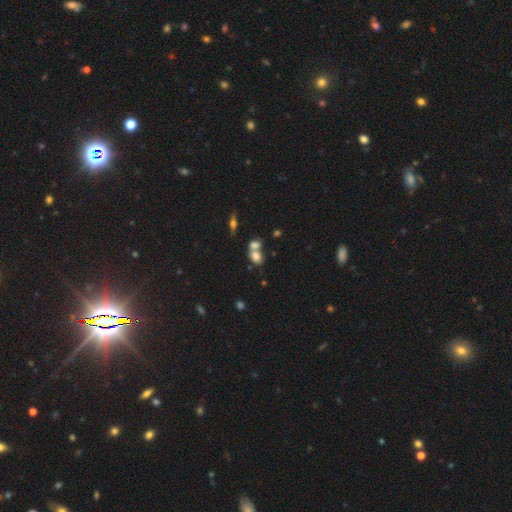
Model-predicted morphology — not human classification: This appears to be a smooth galaxy with no disk features (73%) that is in between round and cigar-shaped (64%). Merging: merger (50%).